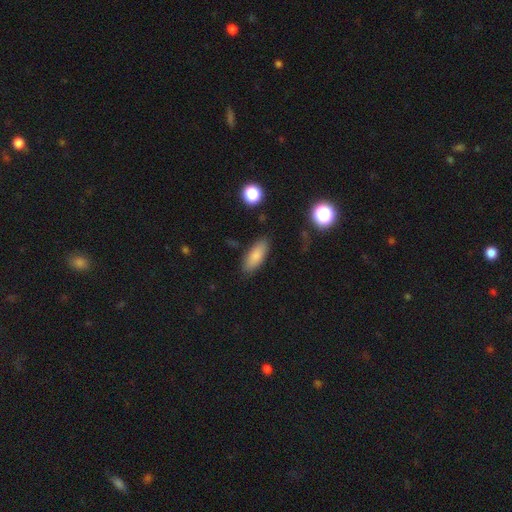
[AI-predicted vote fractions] Overall: smooth (82%). How rounded: in between (73%). Merging: none (84%).